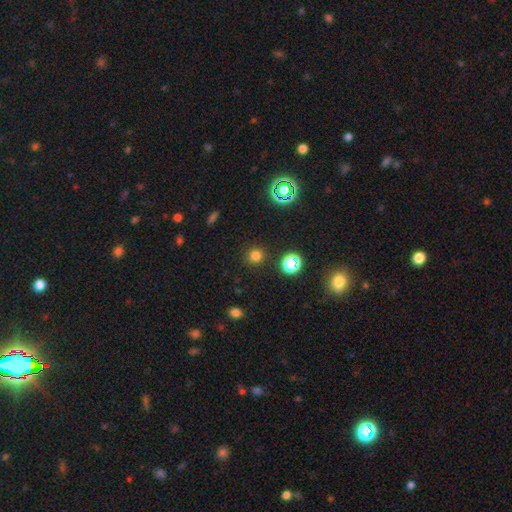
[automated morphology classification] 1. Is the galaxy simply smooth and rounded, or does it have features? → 74% smooth, 21% star or artifact, 5% featured or disk.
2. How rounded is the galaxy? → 93% round, 6% in between, 1% cigar-shaped.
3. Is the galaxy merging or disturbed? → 89% none, 6% minor disturbance, 3% major disturbance, 2% merger.